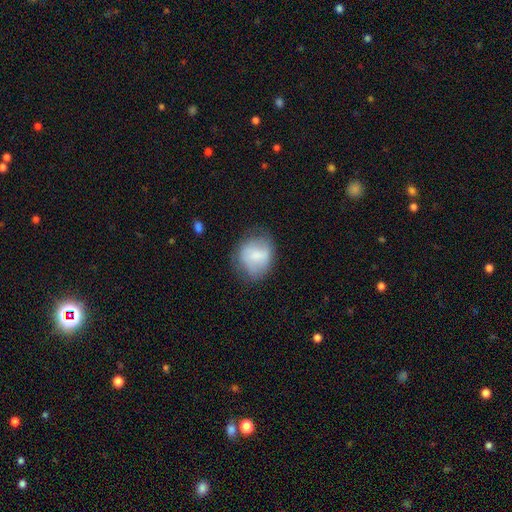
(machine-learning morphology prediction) The model was most divided on "how rounded": round: 58%, in between: 41%, cigar-shaped: 1%. More confident: smooth or featured — smooth (70%); merging — none (56%).